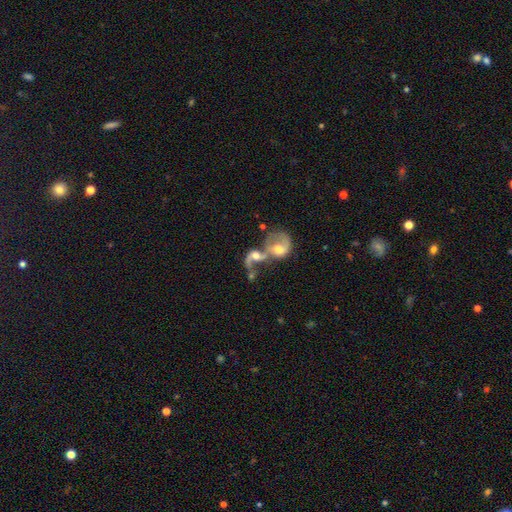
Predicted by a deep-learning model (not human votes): A featured or disk galaxy (66%) with no bar (63%), spiral arms (76%) and a moderate central bulge (58%). Merging: merger (80%).